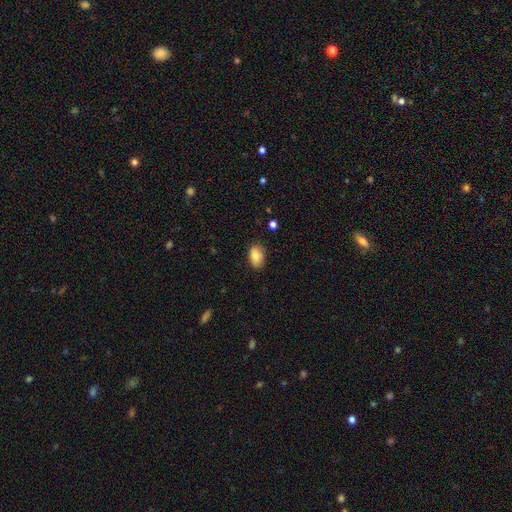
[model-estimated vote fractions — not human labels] A smooth galaxy with no disk features (84%) that is in between round and cigar-shaped (87%). Merging: none (80%).